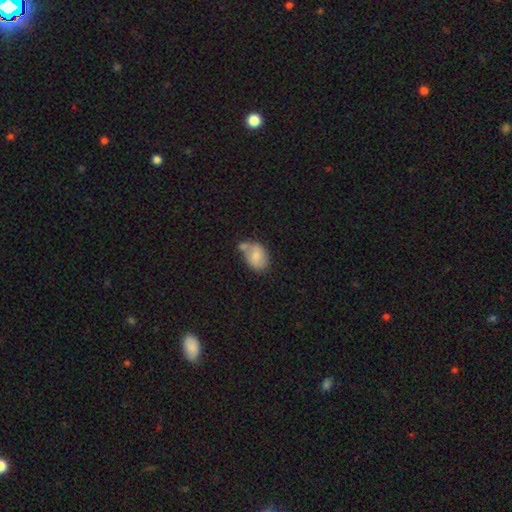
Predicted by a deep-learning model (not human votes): smooth_or_featured: smooth (p=0.74) [alt: featured or disk p=0.18]
how_rounded: in between (p=0.72) [alt: round p=0.27]
merging: none (p=0.38) [alt: merger p=0.32]